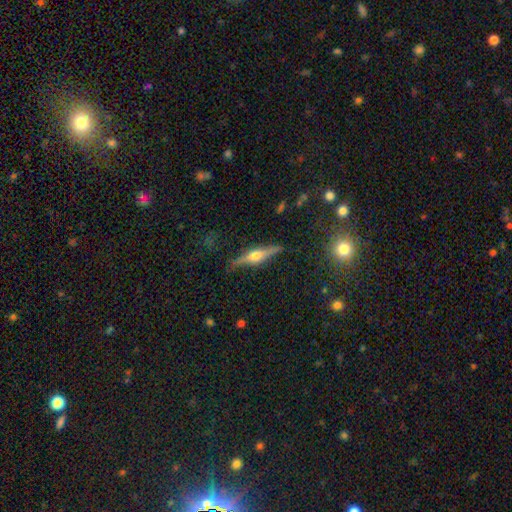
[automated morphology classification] Smooth or featured: featured or disk — 70% (smooth — 23%)
Edge-on disk: yes — 96% (no — 4%)
Edge-on bulge: rounded — 90% (boxy — 7%)
Merging: none — 84% (minor disturbance — 12%)